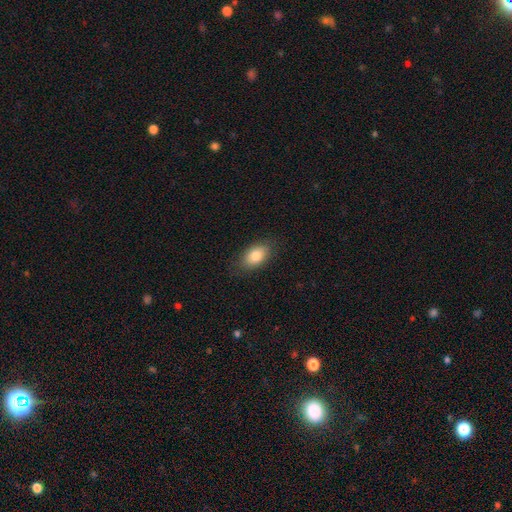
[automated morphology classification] type=smooth (82%); roundness=in between (90%); merging=none (83%).